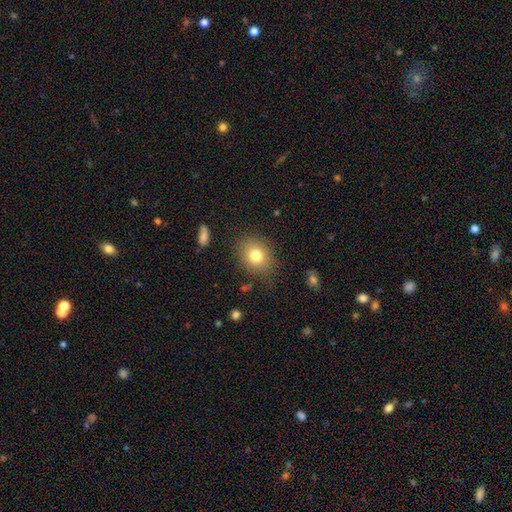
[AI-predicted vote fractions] Morphology: type=smooth (78%); roundness=round (56%); merging=none (81%).